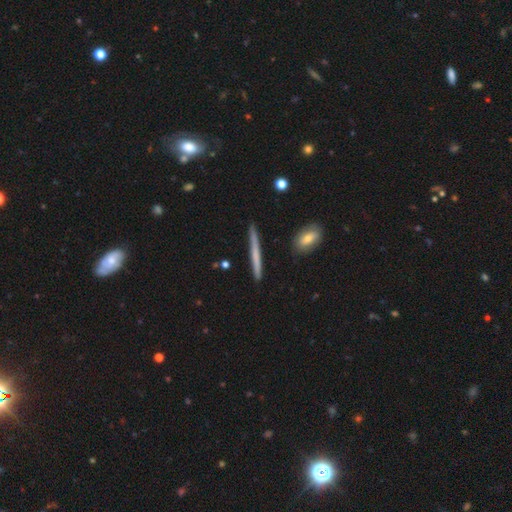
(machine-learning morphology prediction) A smooth galaxy with no disk features (54%) that is cigar-shaped (96%). Merging: none (90%).